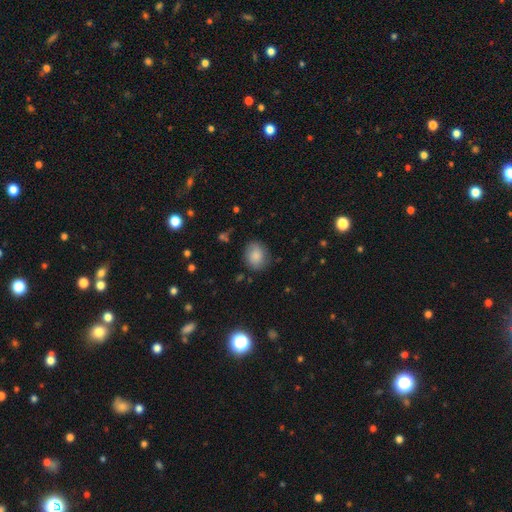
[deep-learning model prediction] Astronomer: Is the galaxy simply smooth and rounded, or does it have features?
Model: smooth — 84%.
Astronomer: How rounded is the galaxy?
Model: round — 59% (runner-up: in between, 40%).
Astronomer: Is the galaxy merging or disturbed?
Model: none — 82%.